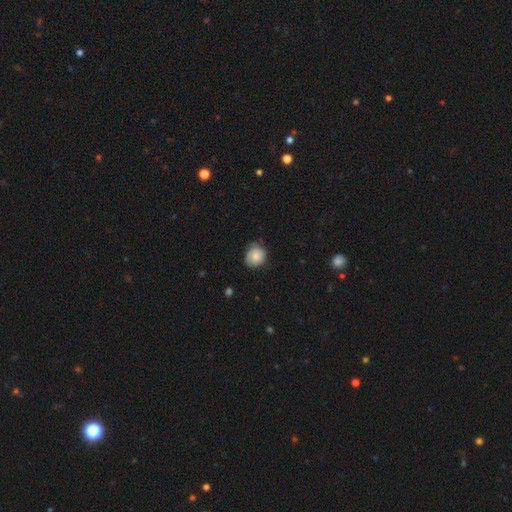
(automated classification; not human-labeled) Overall: smooth (77%). How rounded: round (69%; in between 30%). Merging: none (64%; minor disturbance 29%).